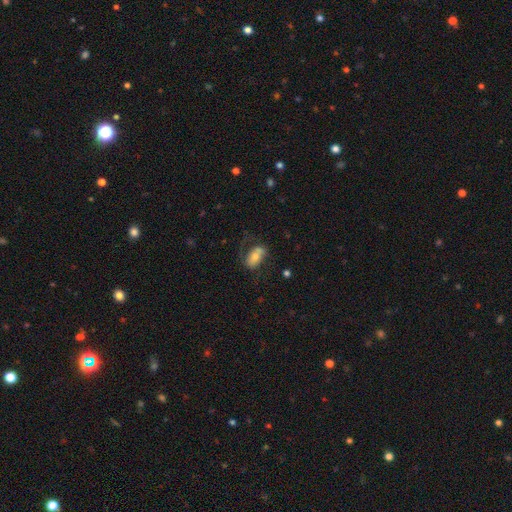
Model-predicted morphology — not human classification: Smooth or featured?
  - smooth: 49% *
  - featured or disk: 43%
  - star or artifact: 8%
Merging?
  - none: 50% *
  - minor disturbance: 23%
  - major disturbance: 23%
  - merger: 4%